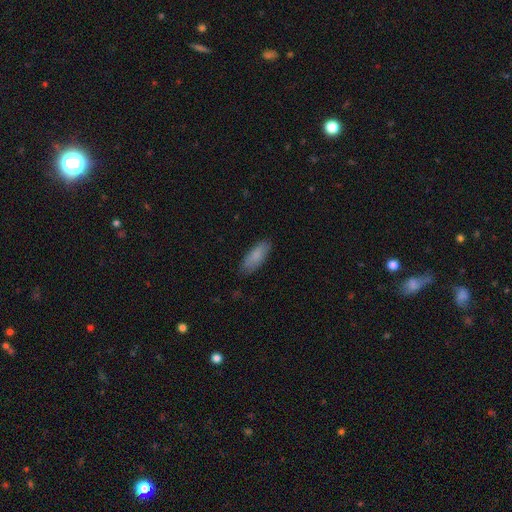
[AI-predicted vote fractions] This is clearly a smooth galaxy (85%). How rounded: likely in between (72%). Merging: clearly none (81%).